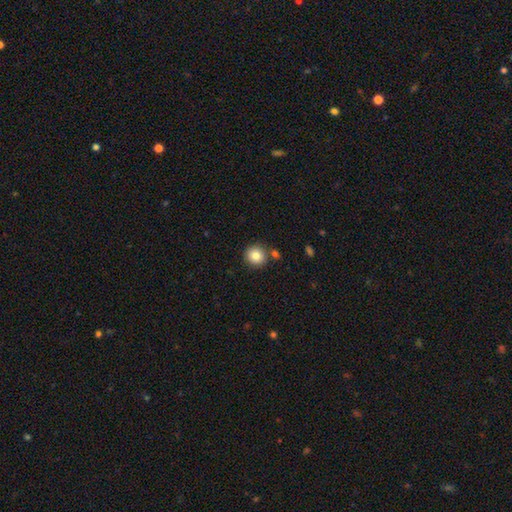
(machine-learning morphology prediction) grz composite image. It shows a smooth galaxy with no disk features (83%) that is round (91%). Merging: none (83%).